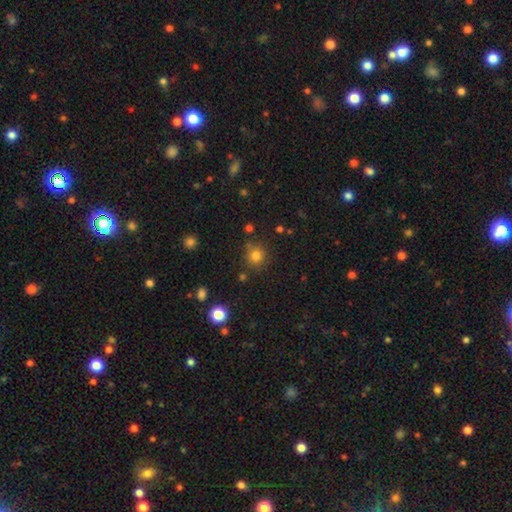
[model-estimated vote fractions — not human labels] smooth 80%, star or artifact 15%, featured or disk 6%. Down the decision tree: how rounded — round (89%); merging — none (78%).